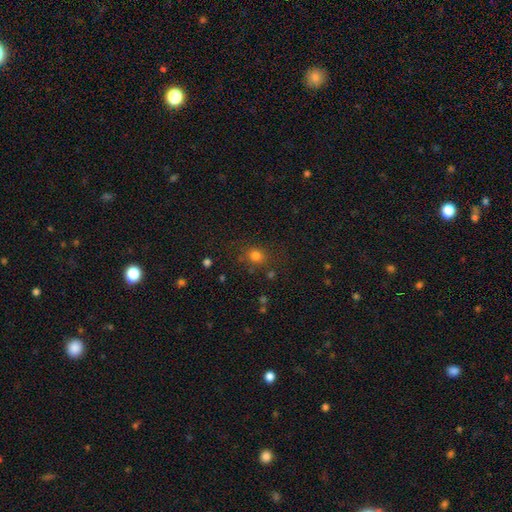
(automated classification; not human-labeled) smooth_or_featured: smooth (p=0.78) [alt: star or artifact p=0.16]
how_rounded: round (p=0.66) [alt: in between p=0.33]
merging: none (p=0.76) [alt: minor disturbance p=0.14]